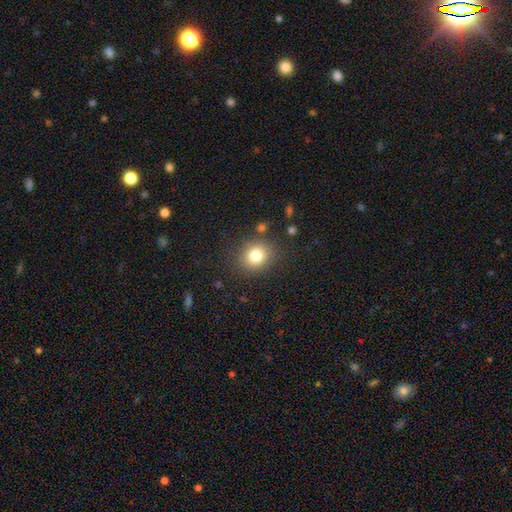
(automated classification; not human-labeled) This appears to be a smooth galaxy with no disk features (80%) that is round (73%). Merging: none (84%).